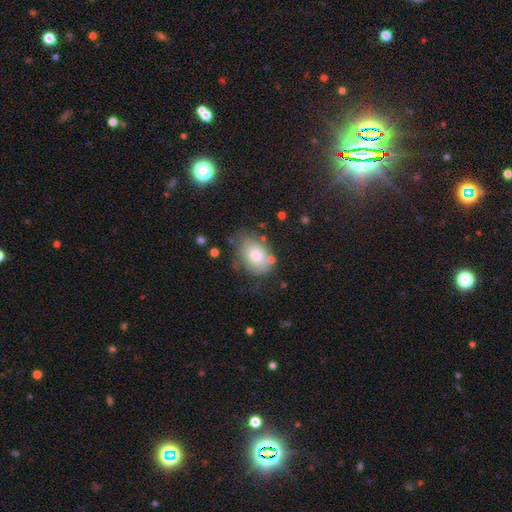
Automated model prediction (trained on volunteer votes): Smooth or featured?
  - smooth: 68% *
  - featured or disk: 24%
  - star or artifact: 8%
How rounded?
  - in between: 73% *
  - round: 26%
  - cigar-shaped: 1%
Merging?
  - none: 59% *
  - minor disturbance: 25%
  - major disturbance: 11%
  - merger: 5%